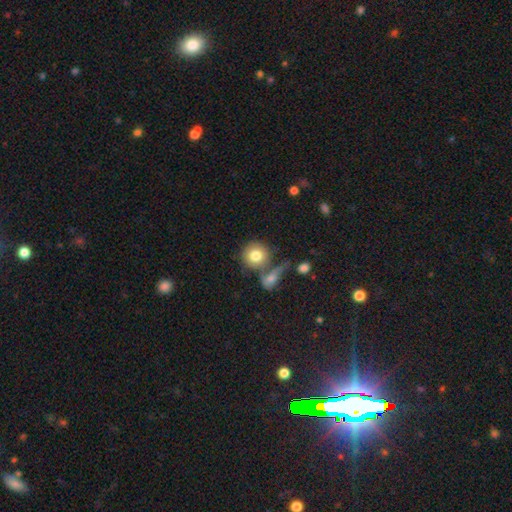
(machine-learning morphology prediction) Smooth or featured? smooth (78%)
How rounded? round (85%)
Merging? none (48%)